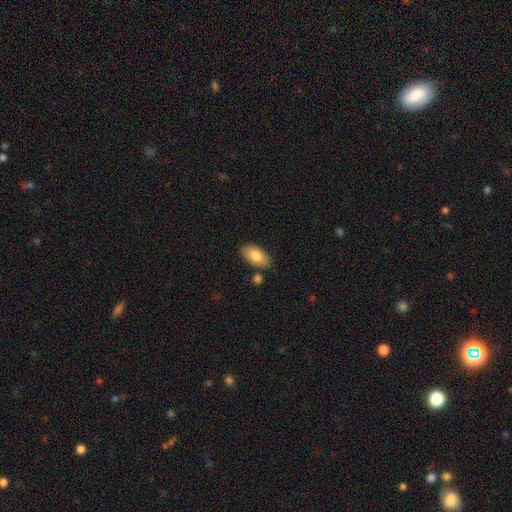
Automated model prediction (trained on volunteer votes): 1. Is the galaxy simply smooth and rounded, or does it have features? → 81% smooth, 13% featured or disk, 6% star or artifact.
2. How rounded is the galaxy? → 94% in between, 3% round, 3% cigar-shaped.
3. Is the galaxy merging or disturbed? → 79% none, 13% minor disturbance, 5% merger, 3% major disturbance.